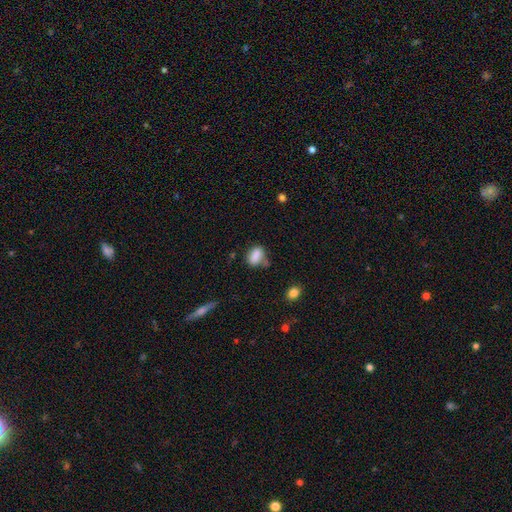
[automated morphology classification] smooth-or-featured: smooth: 81% | star or artifact: 10% | featured or disk: 9%
  how-rounded: in between: 78% | round: 18% | cigar-shaped: 4%
  merging: none: 50% | minor disturbance: 27% | merger: 13% | major disturbance: 10%